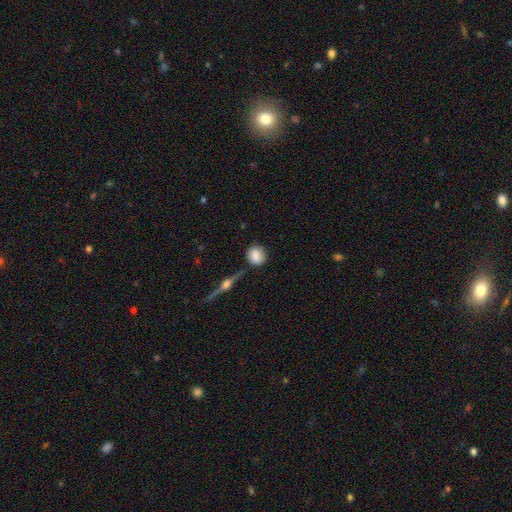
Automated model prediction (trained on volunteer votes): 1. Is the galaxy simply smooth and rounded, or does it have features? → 78% smooth, 14% featured or disk, 8% star or artifact.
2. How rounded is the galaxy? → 77% round, 21% in between, 3% cigar-shaped.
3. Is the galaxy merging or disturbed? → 77% none, 14% minor disturbance, 5% merger, 4% major disturbance.